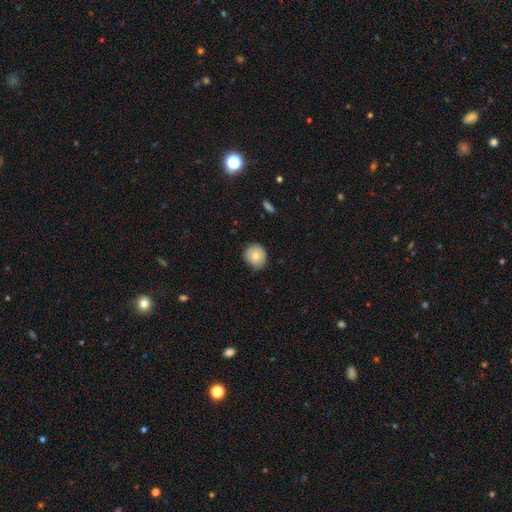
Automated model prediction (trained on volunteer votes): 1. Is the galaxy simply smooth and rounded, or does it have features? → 78% smooth, 14% featured or disk, 9% star or artifact.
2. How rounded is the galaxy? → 87% round, 12% in between, 1% cigar-shaped.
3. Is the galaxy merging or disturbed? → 74% none, 22% minor disturbance, 3% major disturbance, 1% merger.